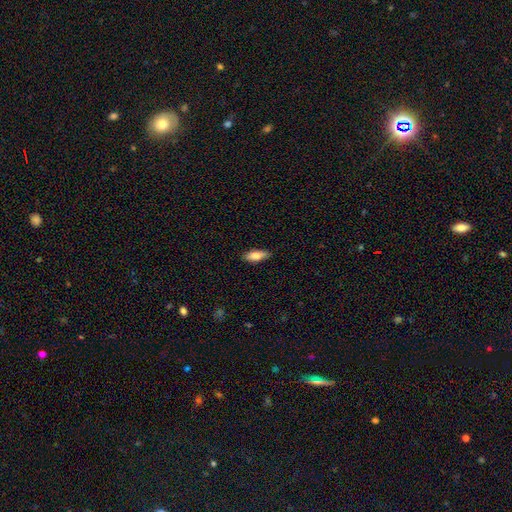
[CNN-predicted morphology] A smooth galaxy with no disk features (80%) that is in between round and cigar-shaped (75%).

Vote fractions:
- Smooth or featured? smooth: 80% / featured or disk: 14% / star or artifact: 6%
- How rounded? in between: 75% / cigar-shaped: 23% / round: 2%
- Merging? none: 84% / minor disturbance: 12% / major disturbance: 2% / merger: 1%